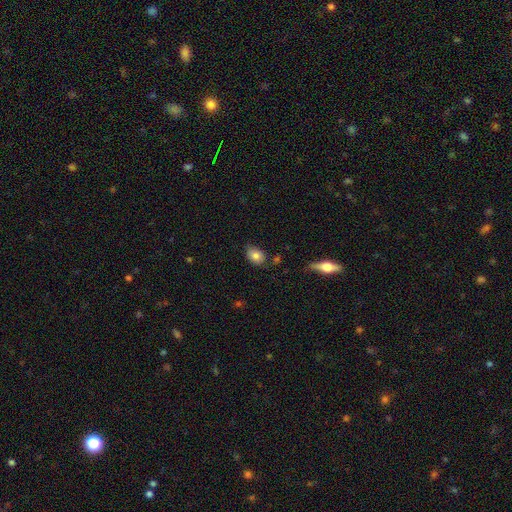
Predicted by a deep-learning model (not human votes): A smooth galaxy with no disk features (81%) that is in between round and cigar-shaped (69%).

Vote fractions:
- Smooth or featured? smooth: 81% / featured or disk: 11% / star or artifact: 8%
- How rounded? in between: 69% / round: 30% / cigar-shaped: 1%
- Merging? none: 64% / minor disturbance: 27% / major disturbance: 5% / merger: 4%